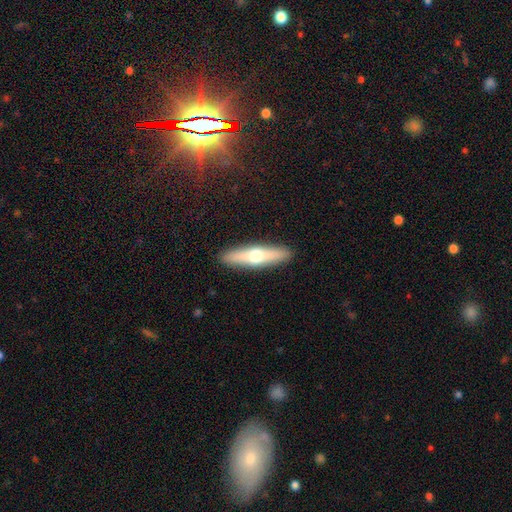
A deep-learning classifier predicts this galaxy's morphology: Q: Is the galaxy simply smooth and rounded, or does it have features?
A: smooth — 47%, tied with featured or disk.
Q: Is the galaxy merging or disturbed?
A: none — 91%.